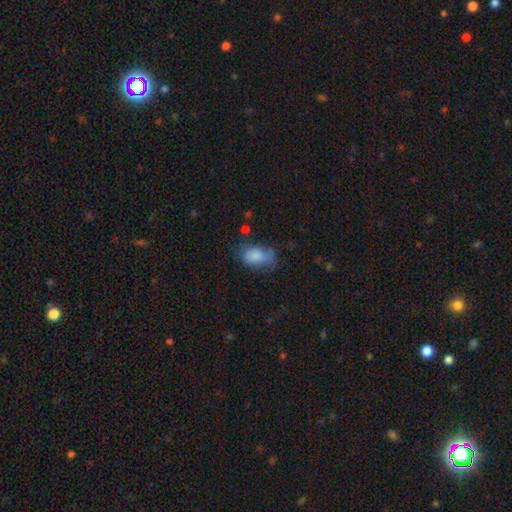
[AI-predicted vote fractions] Smooth or featured? smooth (80%)
How rounded? in between (90%)
Merging? none (44%)